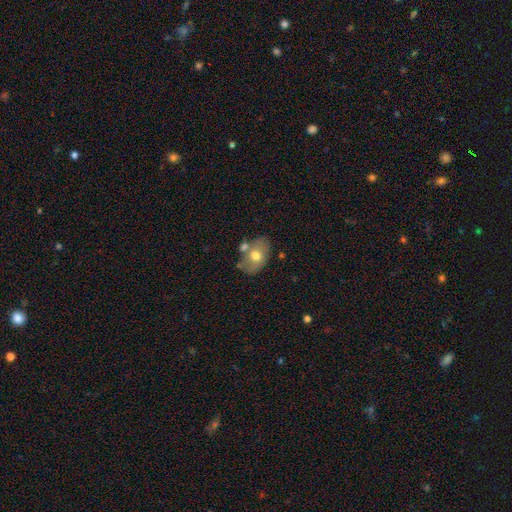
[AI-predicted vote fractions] Q: Smooth or featured?
A: smooth (62%); runner-up: featured or disk (30%)
Q: How rounded?
A: in between (80%); runner-up: round (19%)
Q: Merging?
A: none (60%); runner-up: merger (18%)